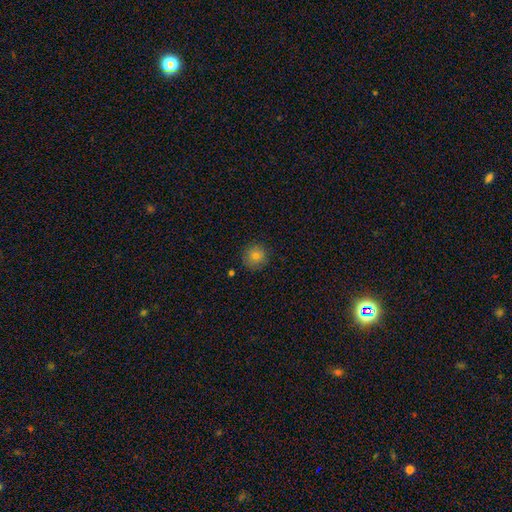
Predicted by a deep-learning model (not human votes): Overall: smooth (79%). How rounded: round (93%). Merging: none (87%).